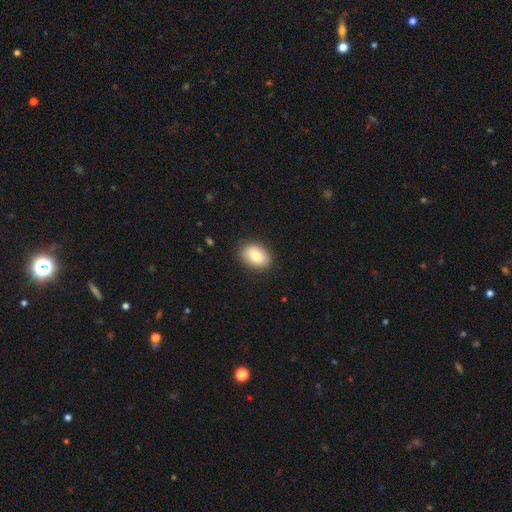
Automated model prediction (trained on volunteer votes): smooth 80%, featured or disk 13%, star or artifact 7%. Down the decision tree: how rounded — in between (80%); merging — none (85%).